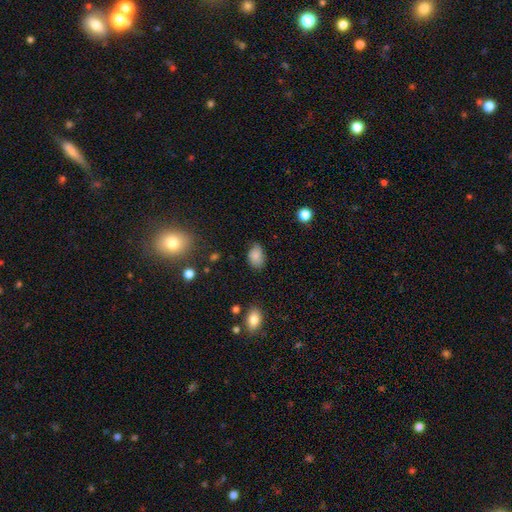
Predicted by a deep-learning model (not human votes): This is clearly a smooth galaxy (84%). How rounded: clearly in between (85%). Merging: likely none (75%).